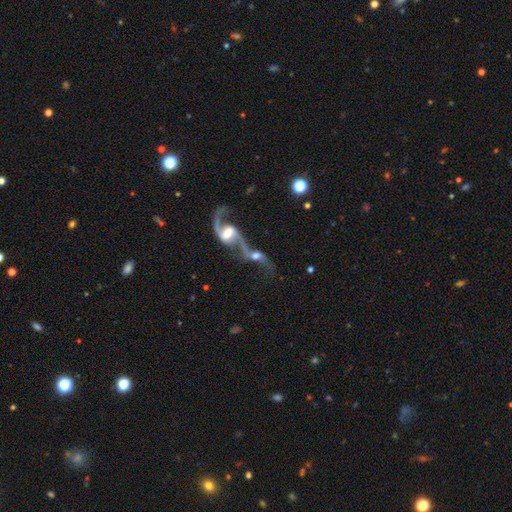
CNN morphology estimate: smooth_or_featured: featured or disk (p=0.72) [alt: smooth p=0.19]
disk_edge_on: no (p=0.89) [alt: yes p=0.11]
bar: weak (p=0.42) [alt: no p=0.39]
has_spiral_arms: yes (p=0.81) [alt: no p=0.19]
spiral_winding: loose (p=0.81) [alt: medium p=0.15]
spiral_arm_count: 2 (p=0.79) [alt: 1 p=0.13]
bulge_size: moderate (p=0.51) [alt: small p=0.23]
merging: merger (p=0.68) [alt: none p=0.16]